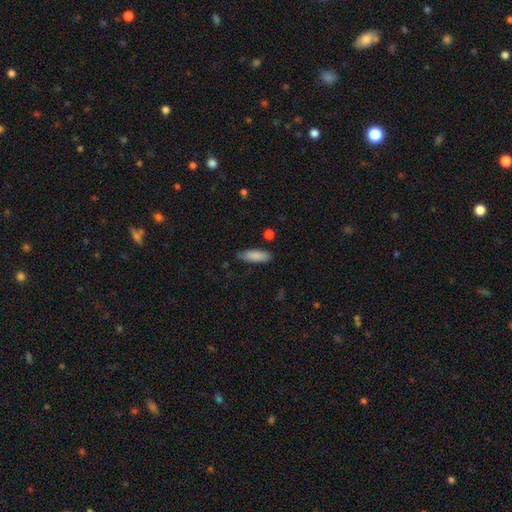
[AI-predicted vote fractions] A smooth galaxy with no disk features (86%) that is in between round and cigar-shaped (59%). Merging: none (79%).